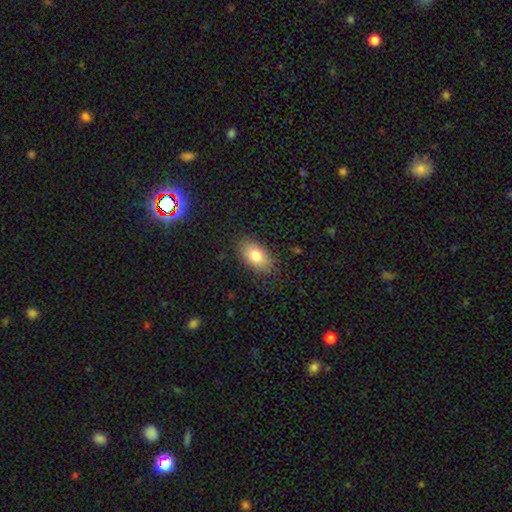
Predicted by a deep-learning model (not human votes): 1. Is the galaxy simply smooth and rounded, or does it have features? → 81% smooth, 12% featured or disk, 8% star or artifact.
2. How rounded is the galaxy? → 91% in between, 7% round, 2% cigar-shaped.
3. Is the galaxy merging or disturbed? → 84% none, 12% minor disturbance, 3% major disturbance, 1% merger.